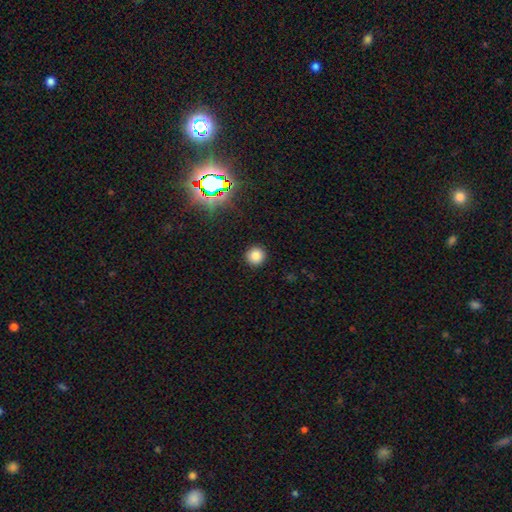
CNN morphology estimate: smooth_or_featured: smooth (p=0.82) [alt: star or artifact p=0.14]
how_rounded: round (p=0.95) [alt: in between p=0.04]
merging: none (p=0.91) [alt: minor disturbance p=0.05]